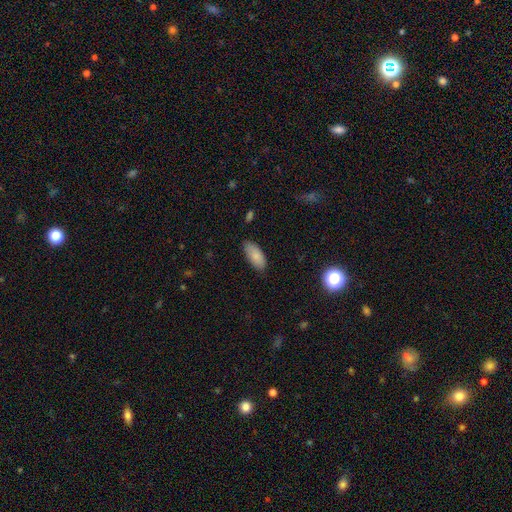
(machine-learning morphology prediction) smooth-or-featured: smooth: 84% | featured or disk: 9% | star or artifact: 7%
  how-rounded: in between: 88% | cigar-shaped: 10% | round: 2%
  merging: none: 81% | minor disturbance: 15% | major disturbance: 2% | merger: 1%